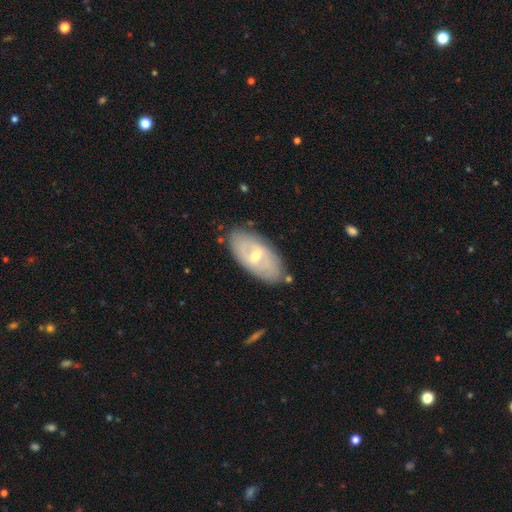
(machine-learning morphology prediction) smooth-or-featured: featured or disk: 62% | smooth: 32% | star or artifact: 6%
  disk-edge-on: no: 88% | yes: 12%
    bar: weak: 53% | no: 28% | strong: 19%
    has-spiral-arms: yes: 57% | no: 43%
    bulge-size: moderate: 52% | small: 45% | large: 2% | none: 1% | dominant: 1%
  merging: none: 81% | minor disturbance: 14% | major disturbance: 3% | merger: 2%